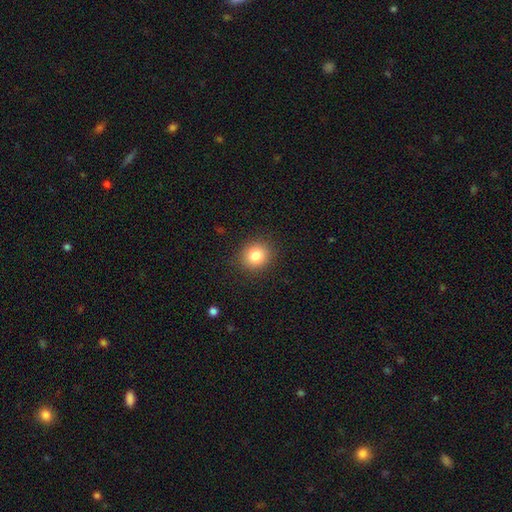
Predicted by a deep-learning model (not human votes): The model was most divided on "how rounded": round: 82%, in between: 17%, cigar-shaped: 1%. More confident: merging — none (89%); smooth or featured — smooth (83%).